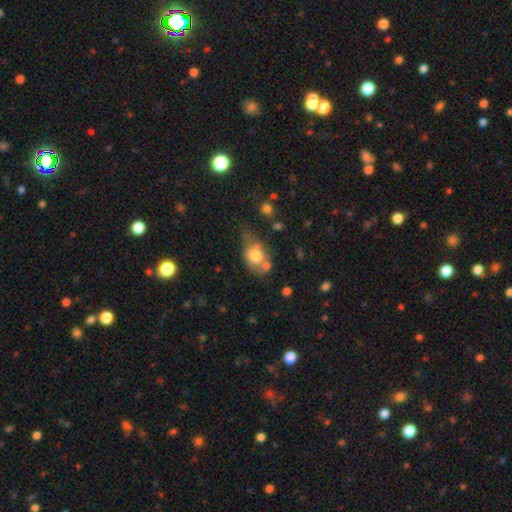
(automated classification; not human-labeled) Smooth or featured?
  - smooth: 71% *
  - featured or disk: 21%
  - star or artifact: 9%
How rounded?
  - in between: 62% *
  - round: 36%
  - cigar-shaped: 2%
Merging?
  - none: 33% *
  - minor disturbance: 29%
  - merger: 23%
  - major disturbance: 15%